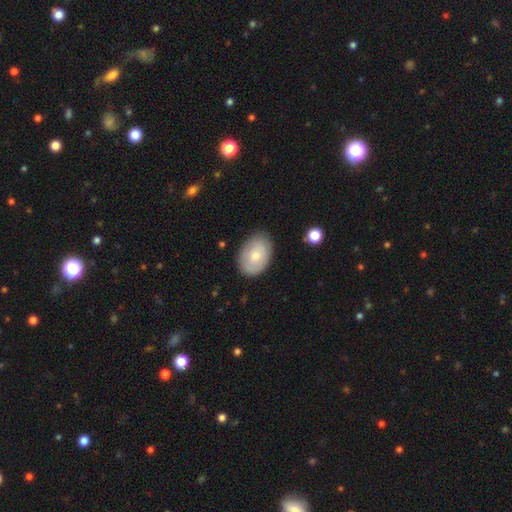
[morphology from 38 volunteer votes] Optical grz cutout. It shows a smooth galaxy with no disk features (66%) that is in between round and cigar-shaped (80%). Merging: none (71%).